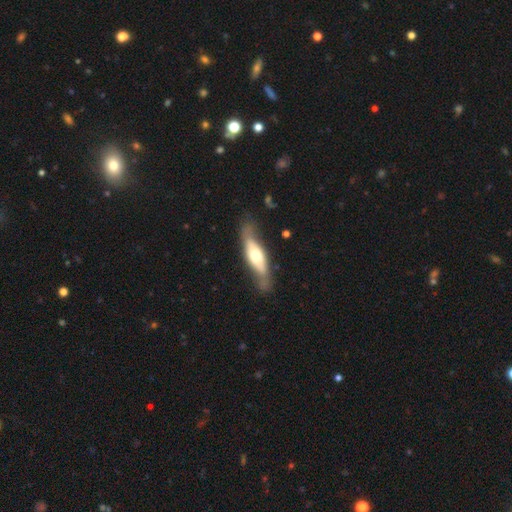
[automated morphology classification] smooth-or-featured: featured or disk: 54% | smooth: 41% | star or artifact: 5%
  disk-edge-on: yes: 52% | no: 48%
  merging: none: 63% | minor disturbance: 24% | major disturbance: 10% | merger: 3%